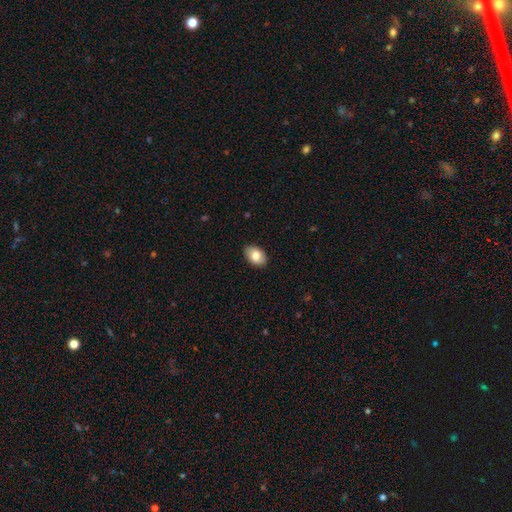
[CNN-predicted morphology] type=smooth (82%); roundness=in between (87%); merging=none (88%).